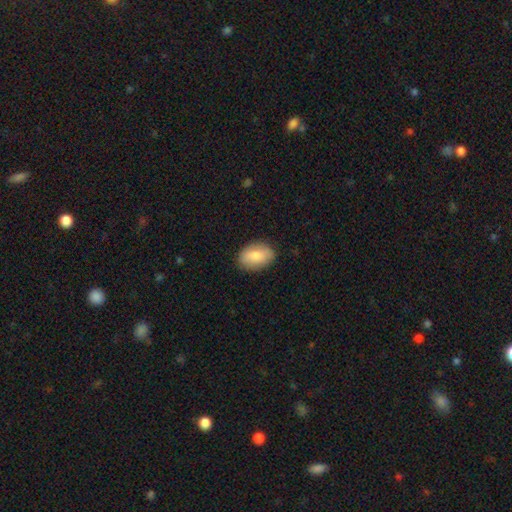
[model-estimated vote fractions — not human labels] A smooth galaxy with no disk features (84%) that is in between round and cigar-shaped (89%).

Vote fractions:
- Smooth or featured? smooth: 84% / featured or disk: 10% / star or artifact: 6%
- How rounded? in between: 89% / round: 10% / cigar-shaped: 1%
- Merging? none: 85% / minor disturbance: 11% / major disturbance: 3% / merger: 1%